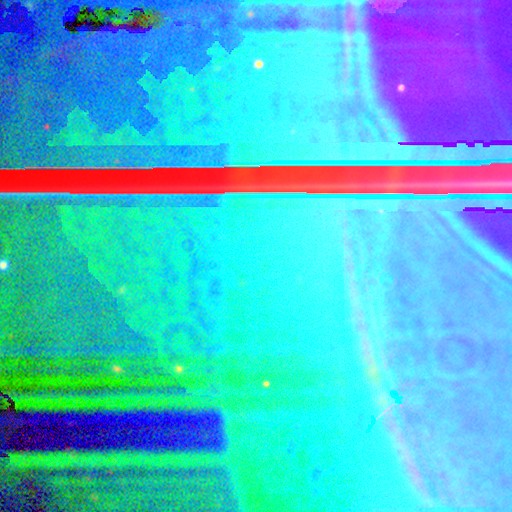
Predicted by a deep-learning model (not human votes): Q: Smooth or featured?
A: star or artifact (87%); runner-up: featured or disk (7%)